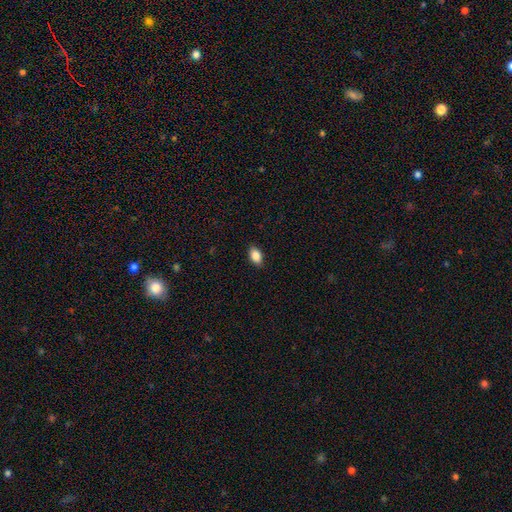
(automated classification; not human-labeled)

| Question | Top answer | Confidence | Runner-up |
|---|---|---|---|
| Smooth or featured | smooth | 86% | star or artifact (8%) |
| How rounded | in between | 88% | round (9%) |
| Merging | none | 88% | minor disturbance (9%) |